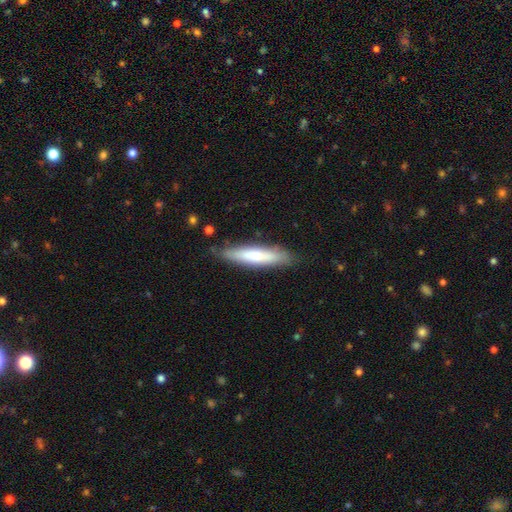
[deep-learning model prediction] Smooth or featured? Predicted: smooth (p=0.63). How rounded? Predicted: cigar-shaped (p=0.81). Merging? Predicted: none (p=0.82).